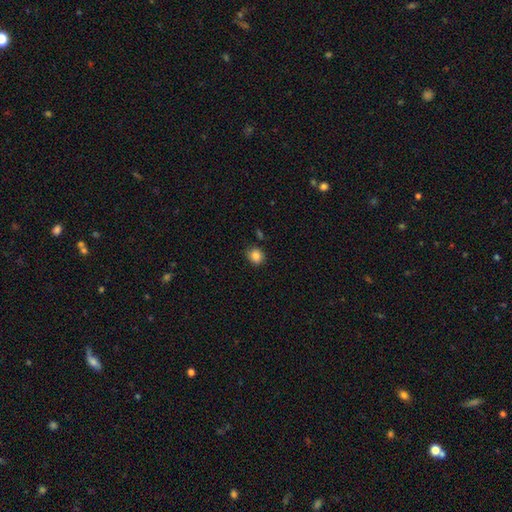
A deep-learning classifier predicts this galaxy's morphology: This is clearly a smooth galaxy (85%). How rounded: likely round (71%). Merging: clearly none (80%).